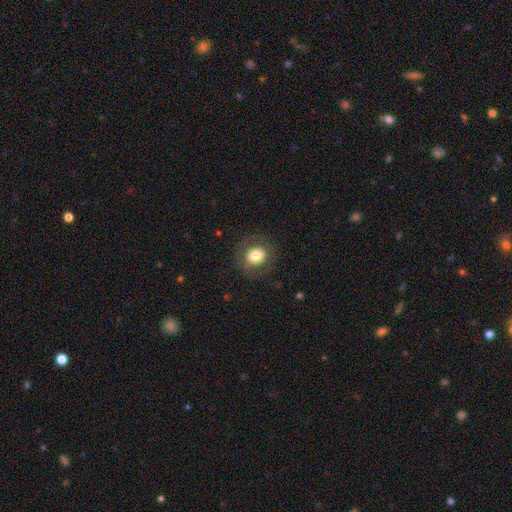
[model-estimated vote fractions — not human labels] Smooth or featured?
  - smooth: 72% *
  - featured or disk: 19%
  - star or artifact: 9%
How rounded?
  - round: 83% *
  - in between: 16%
  - cigar-shaped: 1%
Merging?
  - none: 82% *
  - minor disturbance: 10%
  - major disturbance: 7%
  - merger: 1%